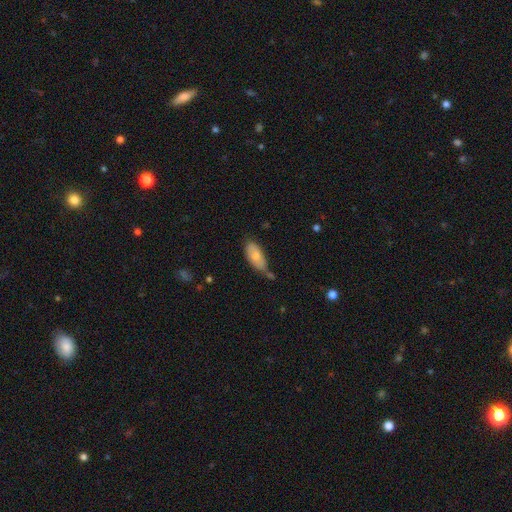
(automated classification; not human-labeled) This appears to be a smooth galaxy with no disk features (72%) that is in between round and cigar-shaped (88%). Merging: none (49%).